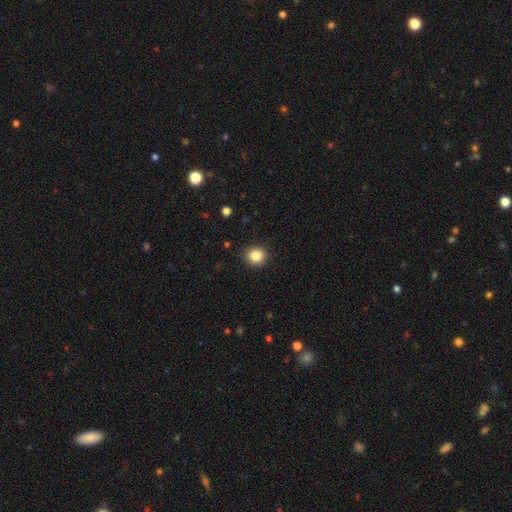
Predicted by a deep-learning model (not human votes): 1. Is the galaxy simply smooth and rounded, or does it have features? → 85% smooth, 10% star or artifact, 5% featured or disk.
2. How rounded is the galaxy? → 85% round, 14% in between, 1% cigar-shaped.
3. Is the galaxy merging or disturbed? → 91% none, 6% minor disturbance, 2% major disturbance, 1% merger.